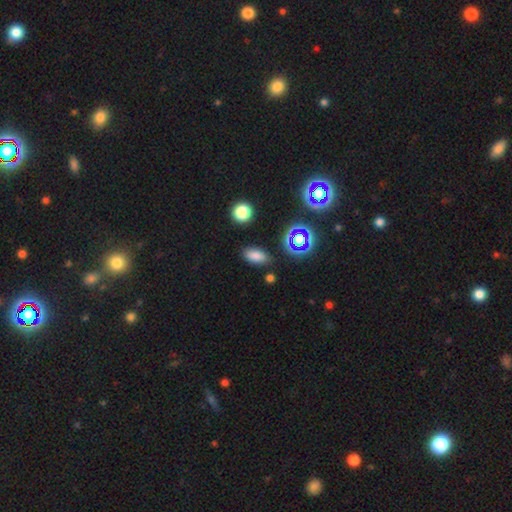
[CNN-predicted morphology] Smooth or featured: smooth — 78% (star or artifact — 16%)
How rounded: in between — 88% (round — 7%)
Merging: none — 85% (minor disturbance — 10%)